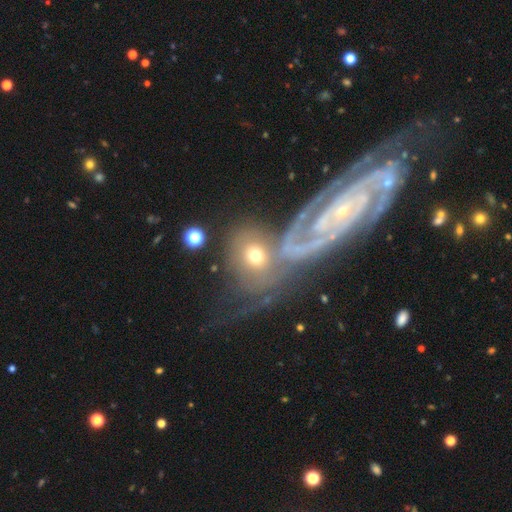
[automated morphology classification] Smooth or featured?
  - smooth: 45% *
  - featured or disk: 42%
  - star or artifact: 12%
Merging?
  - merger: 40% *
  - none: 30%
  - major disturbance: 18%
  - minor disturbance: 12%